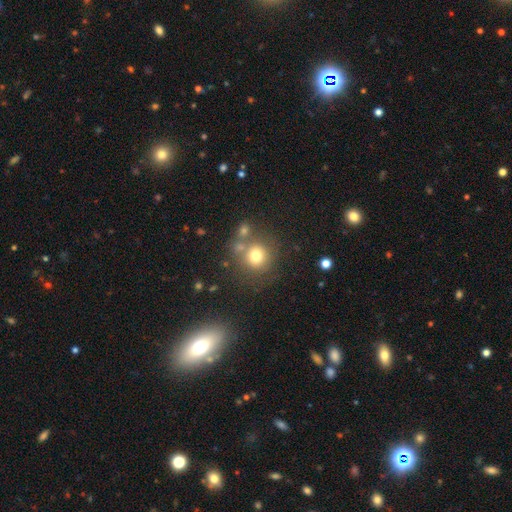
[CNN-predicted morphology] A smooth galaxy with no disk features (74%) that is round (89%).

Vote fractions:
- Smooth or featured? smooth: 74% / star or artifact: 14% / featured or disk: 12%
- How rounded? round: 89% / in between: 10% / cigar-shaped: 1%
- Merging? none: 65% / merger: 18% / minor disturbance: 11% / major disturbance: 6%